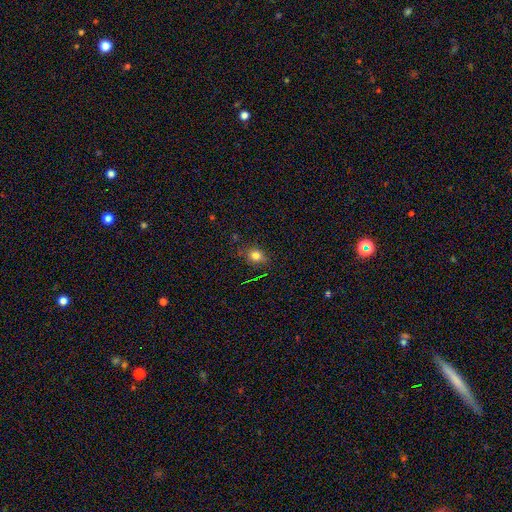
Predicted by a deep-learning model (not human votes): This appears to be a smooth galaxy with no disk features (78%) that is round (58%). Merging: none (78%).